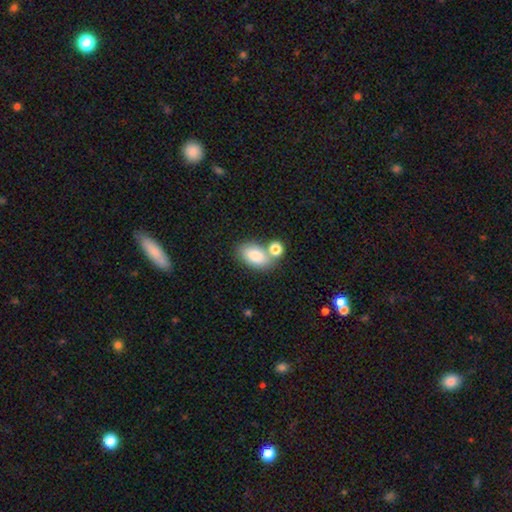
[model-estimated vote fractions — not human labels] Morphology: type=smooth (82%); roundness=in between (88%); merging=none (54%).